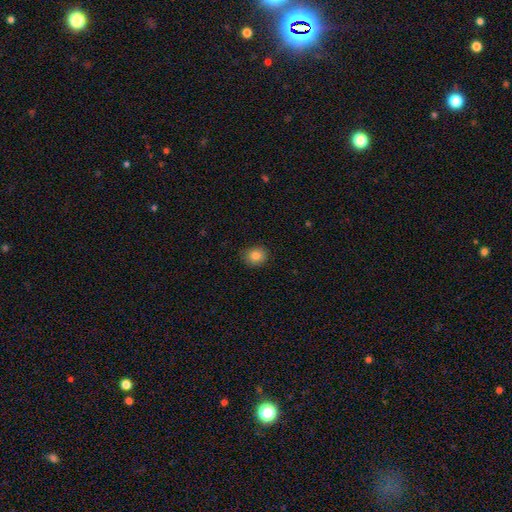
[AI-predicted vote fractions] The model was most divided on "how rounded": round: 68%, in between: 31%, cigar-shaped: 1%. More confident: merging — none (87%); smooth or featured — smooth (84%).